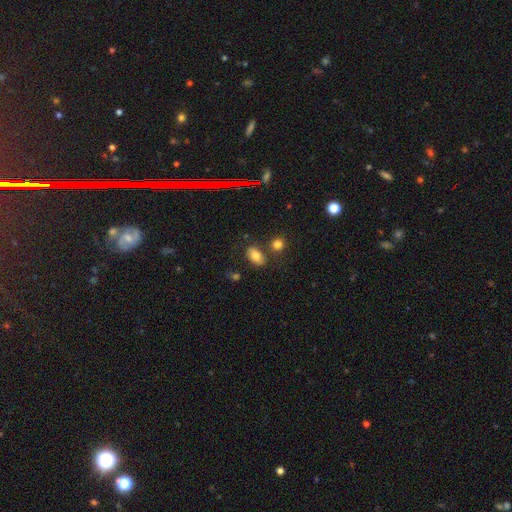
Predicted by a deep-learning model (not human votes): smooth_or_featured: smooth (p=0.74) [alt: featured or disk p=0.13]
how_rounded: in between (p=0.85) [alt: round p=0.13]
merging: none (p=0.72) [alt: minor disturbance p=0.13]